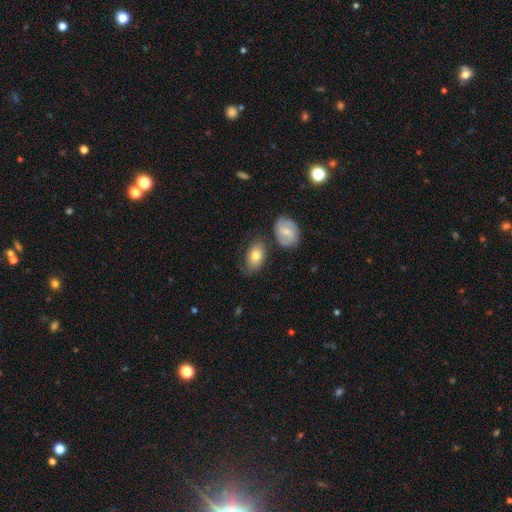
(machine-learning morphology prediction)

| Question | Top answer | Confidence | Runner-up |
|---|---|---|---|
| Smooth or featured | smooth | 75% | featured or disk (19%) |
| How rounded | in between | 88% | round (10%) |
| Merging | none | 63% | minor disturbance (19%) |